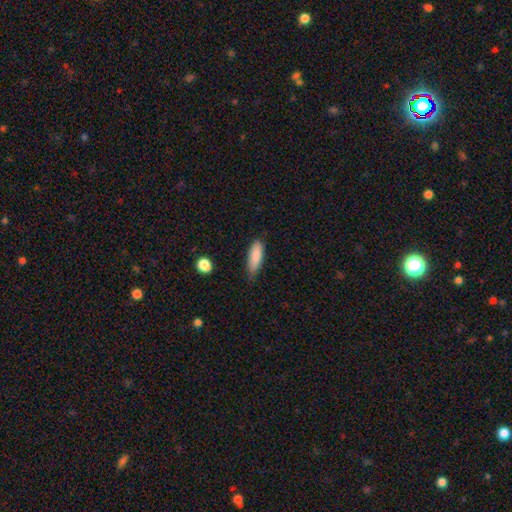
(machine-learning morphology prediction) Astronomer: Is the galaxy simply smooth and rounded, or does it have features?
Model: smooth — 86%.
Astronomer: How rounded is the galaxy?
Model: in between — 62%.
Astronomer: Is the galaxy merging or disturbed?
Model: none — 74%.